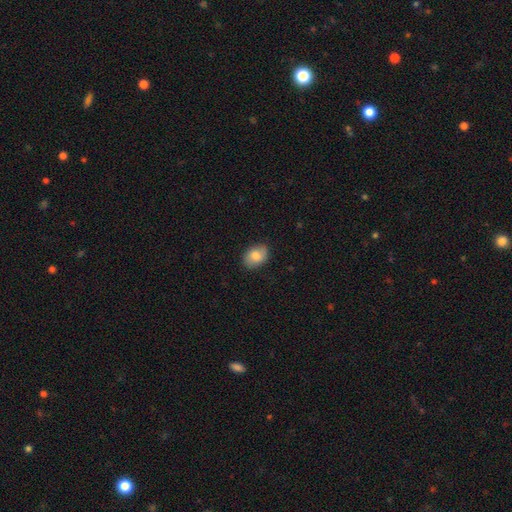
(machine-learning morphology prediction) This appears to be a smooth galaxy with no disk features (78%) that is in between round and cigar-shaped (75%). Merging: none (85%).